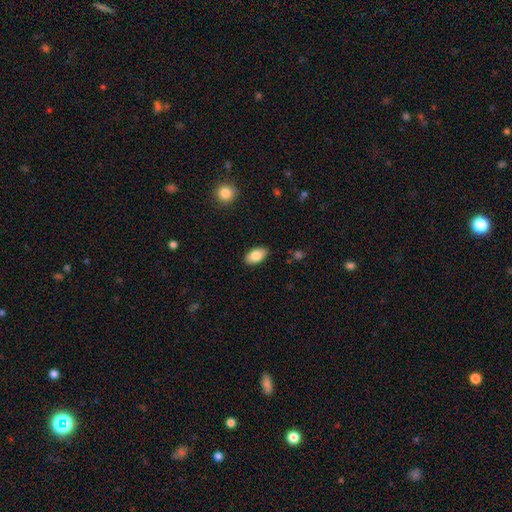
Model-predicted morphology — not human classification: Smooth or featured? Predicted: smooth (p=0.84). How rounded? Predicted: in between (p=0.93). Merging? Predicted: none (p=0.88).